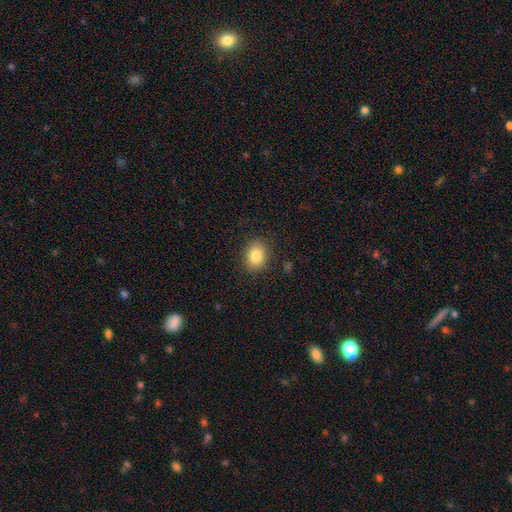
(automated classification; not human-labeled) A smooth galaxy with no disk features (84%) that is in between round and cigar-shaped (54%).

Vote fractions:
- Smooth or featured? smooth: 84% / star or artifact: 9% / featured or disk: 7%
- How rounded? in between: 54% / round: 45% / cigar-shaped: 1%
- Merging? none: 87% / minor disturbance: 9% / major disturbance: 3% / merger: 1%